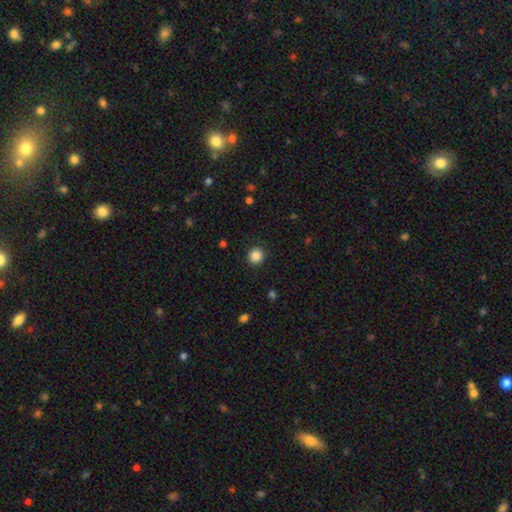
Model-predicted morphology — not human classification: This appears to be a smooth galaxy with no disk features (86%) that is round (93%). Merging: none (91%).